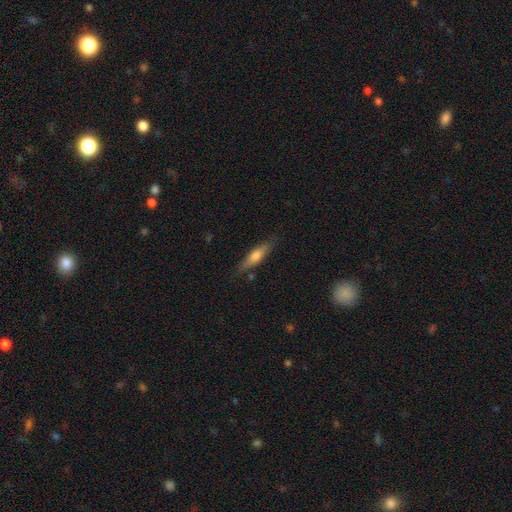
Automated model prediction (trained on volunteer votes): smooth-or-featured: smooth: 58% | featured or disk: 35% | star or artifact: 7%
  how-rounded: cigar-shaped: 71% | in between: 27% | round: 2%
  merging: none: 80% | minor disturbance: 14% | major disturbance: 3% | merger: 2%